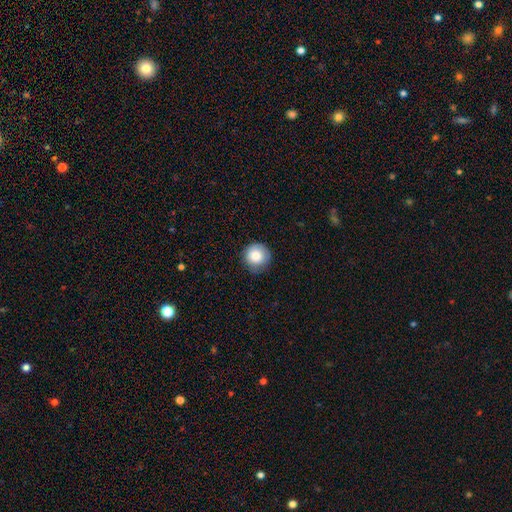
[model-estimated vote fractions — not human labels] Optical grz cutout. It shows a smooth galaxy with no disk features (82%) that is round (95%). Merging: none (79%).